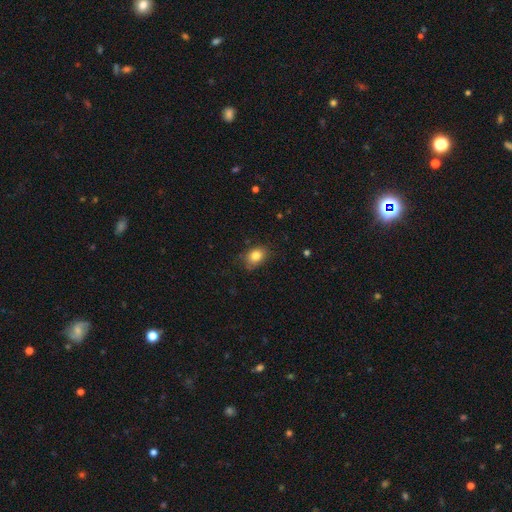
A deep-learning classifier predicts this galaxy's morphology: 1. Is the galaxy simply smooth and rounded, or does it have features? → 82% smooth, 9% star or artifact, 9% featured or disk.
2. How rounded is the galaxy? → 71% in between, 28% round, 1% cigar-shaped.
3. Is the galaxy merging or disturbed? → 77% none, 19% minor disturbance, 4% major disturbance, 1% merger.